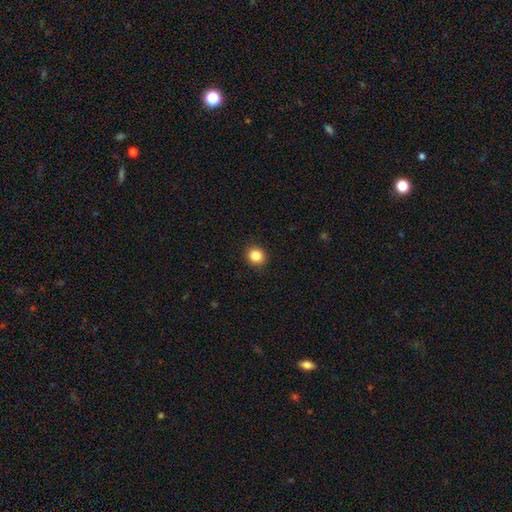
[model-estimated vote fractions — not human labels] This is clearly a smooth galaxy (85%). How rounded: clearly round (82%). Merging: clearly none (92%).